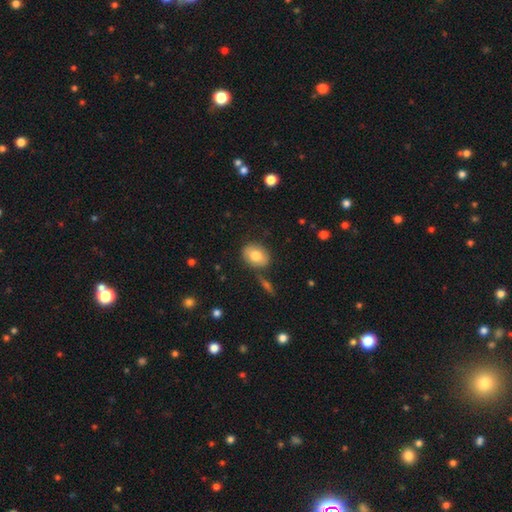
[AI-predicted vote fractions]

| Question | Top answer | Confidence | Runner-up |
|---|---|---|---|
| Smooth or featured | smooth | 77% | featured or disk (15%) |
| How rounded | in between | 67% | round (32%) |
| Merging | none | 77% | minor disturbance (14%) |